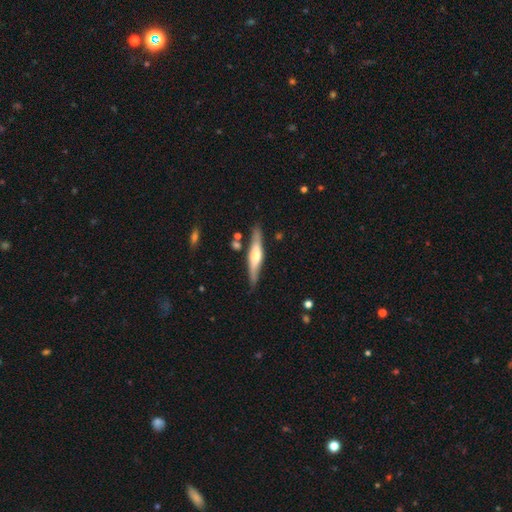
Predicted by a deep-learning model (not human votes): Smooth or featured? Predicted: featured or disk (p=0.58). Edge-on disk? Predicted: yes (p=0.93). Edge-on bulge? Predicted: rounded (p=0.78). Merging? Predicted: none (p=0.83).